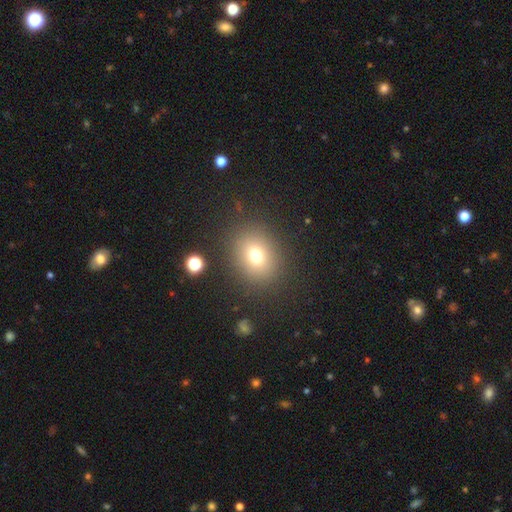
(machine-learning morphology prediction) Q: Smooth or featured?
A: smooth (73%); runner-up: star or artifact (16%)
Q: How rounded?
A: round (63%); runner-up: in between (36%)
Q: Merging?
A: none (85%); runner-up: minor disturbance (8%)